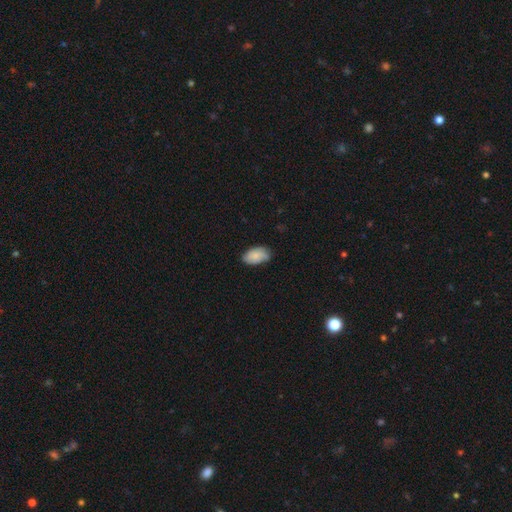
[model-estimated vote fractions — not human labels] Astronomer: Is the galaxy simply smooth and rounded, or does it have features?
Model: smooth — 80%.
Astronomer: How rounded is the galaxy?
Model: in between — 94%.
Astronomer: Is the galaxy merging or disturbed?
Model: none — 72%.